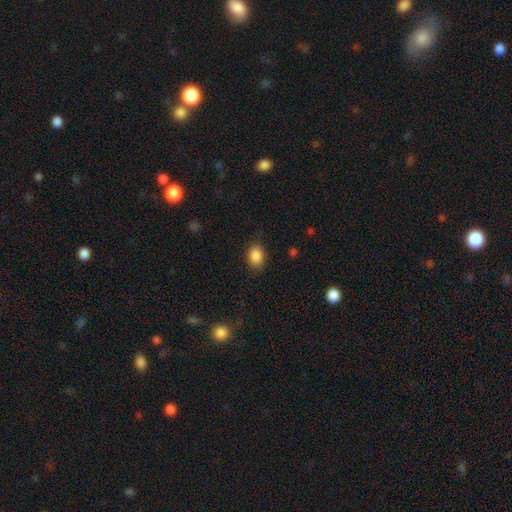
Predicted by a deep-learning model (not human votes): The model was most divided on "how rounded": in between: 76%, round: 22%, cigar-shaped: 1%. More confident: smooth or featured — smooth (88%); merging — none (84%).